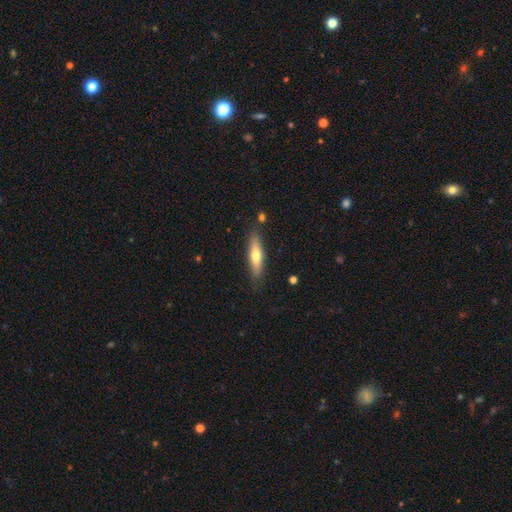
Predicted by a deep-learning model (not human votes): smooth-or-featured: smooth: 59% | featured or disk: 35% | star or artifact: 6%
  how-rounded: cigar-shaped: 71% | in between: 27% | round: 2%
  merging: none: 82% | minor disturbance: 12% | merger: 3% | major disturbance: 3%